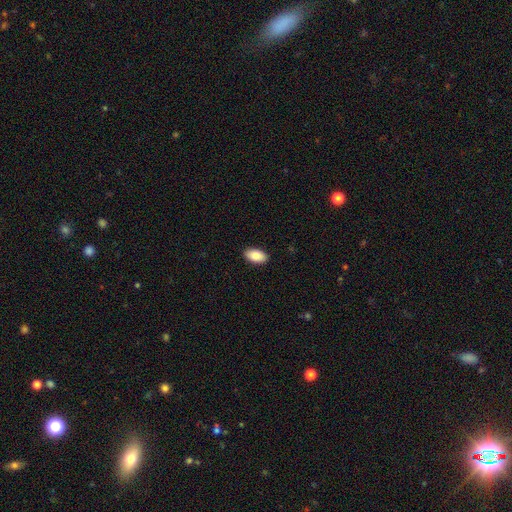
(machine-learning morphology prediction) type=smooth (87%); roundness=in between (95%); merging=none (90%).